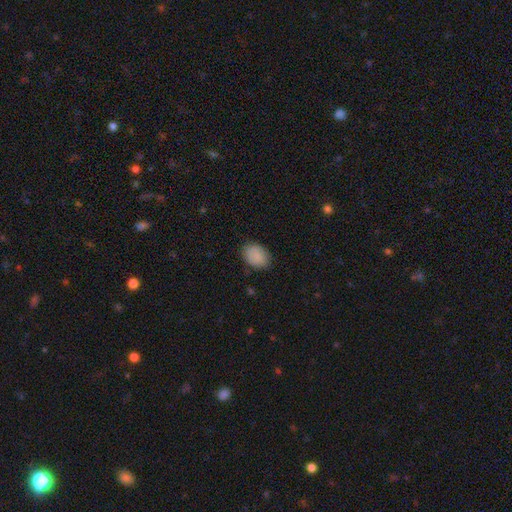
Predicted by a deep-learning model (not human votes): Smooth or featured? smooth (88%)
How rounded? in between (73%)
Merging? none (84%)